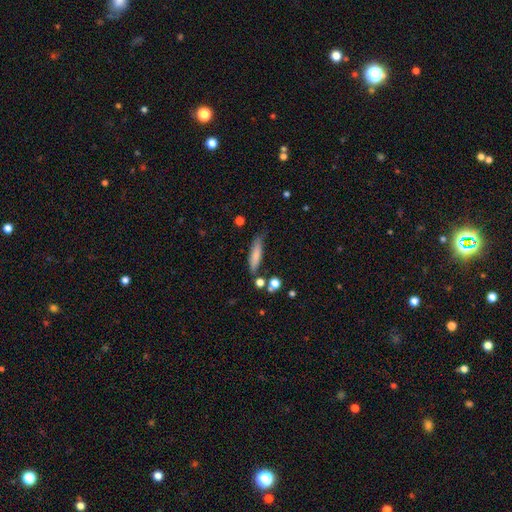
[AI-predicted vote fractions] The model was most divided on "merging": none: 68%, minor disturbance: 21%, merger: 5%, major disturbance: 5%. More confident: smooth or featured — smooth (75%); how rounded — cigar-shaped (74%).